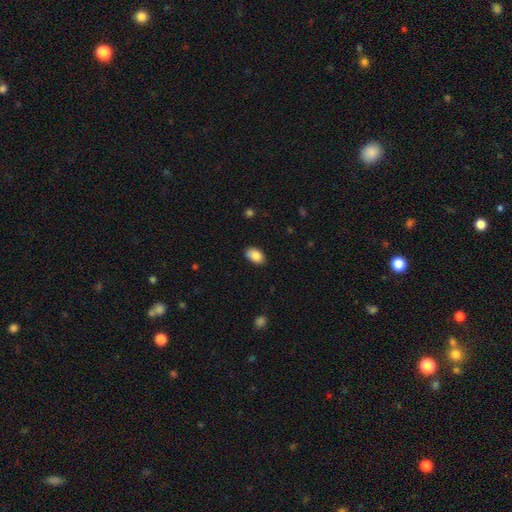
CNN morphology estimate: A smooth galaxy with no disk features (86%) that is in between round and cigar-shaped (91%).

Vote fractions:
- Smooth or featured? smooth: 86% / star or artifact: 7% / featured or disk: 7%
- How rounded? in between: 91% / round: 8% / cigar-shaped: 1%
- Merging? none: 79% / minor disturbance: 17% / major disturbance: 3% / merger: 1%